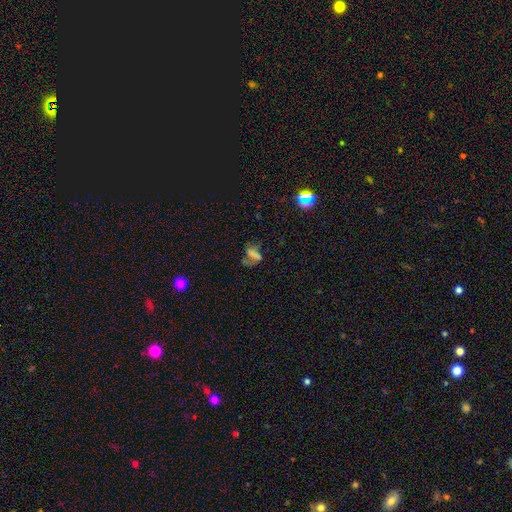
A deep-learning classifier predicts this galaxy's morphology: smooth-or-featured: smooth: 49% | featured or disk: 26% | star or artifact: 24%
  merging: major disturbance: 34% | none: 31% | minor disturbance: 20% | merger: 16%